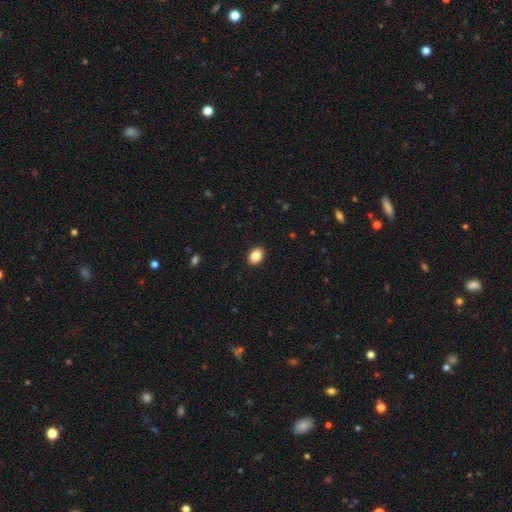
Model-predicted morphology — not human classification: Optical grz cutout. It shows a smooth galaxy with no disk features (87%) that is in between round and cigar-shaped (67%). Merging: none (91%).